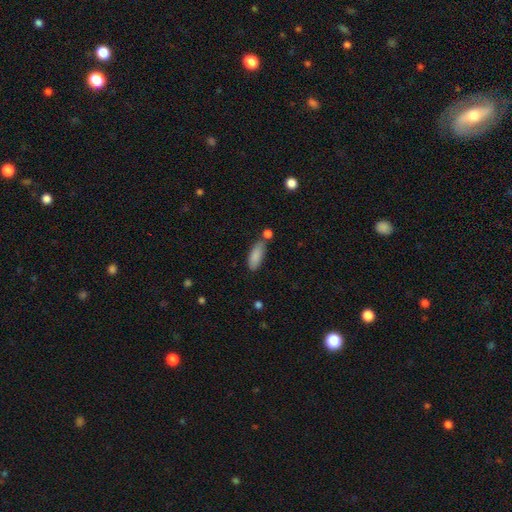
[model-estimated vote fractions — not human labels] smooth-or-featured: smooth: 86% | featured or disk: 7% | star or artifact: 7%
  how-rounded: in between: 69% | cigar-shaped: 29% | round: 2%
  merging: none: 62% | minor disturbance: 19% | merger: 14% | major disturbance: 5%